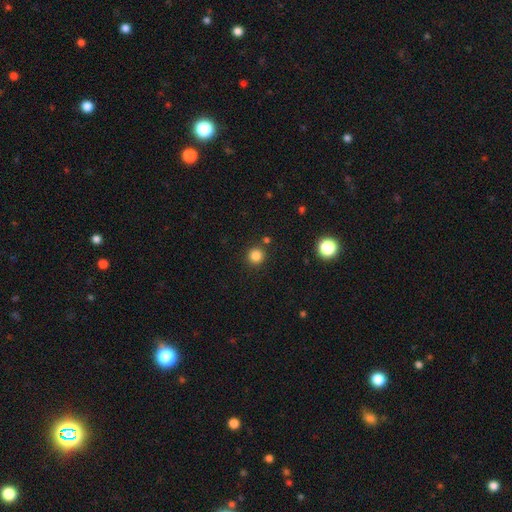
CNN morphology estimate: A smooth galaxy with no disk features (83%) that is round (94%). Merging: none (86%).